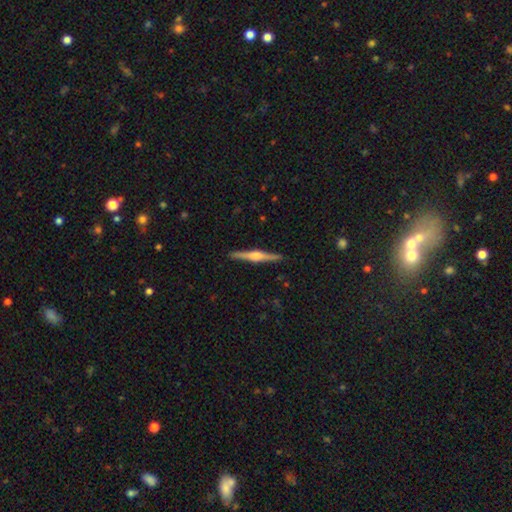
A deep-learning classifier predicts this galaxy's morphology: Overall: featured or disk (76%). Edge-on disk: yes (98%). Edge-on bulge: rounded (85%). Merging: none (92%).